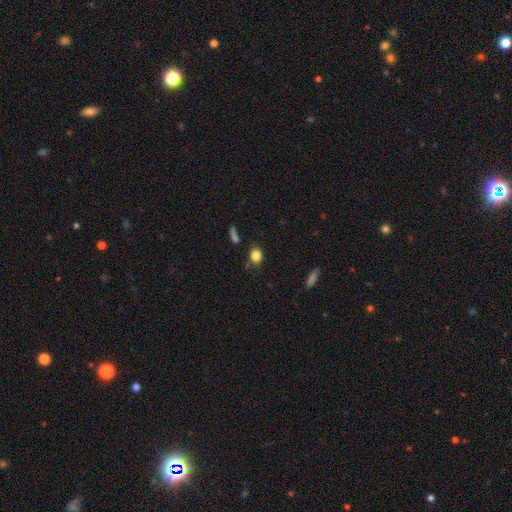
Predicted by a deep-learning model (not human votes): Overall: smooth (83%). How rounded: round (56%; in between 42%). Merging: none (77%).